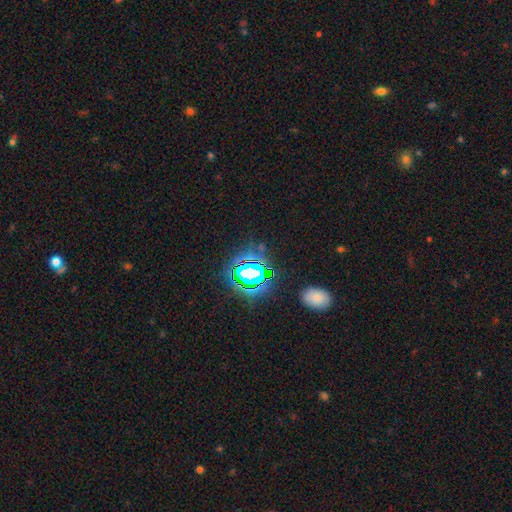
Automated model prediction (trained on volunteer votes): Smooth or featured?
  - star or artifact: 78% *
  - smooth: 15%
  - featured or disk: 7%